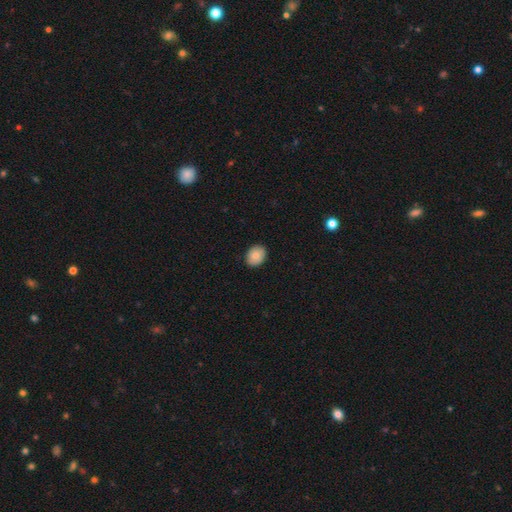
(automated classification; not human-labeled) This appears to be a smooth galaxy with no disk features (82%) that is in between round and cigar-shaped (51%). Merging: none (88%).